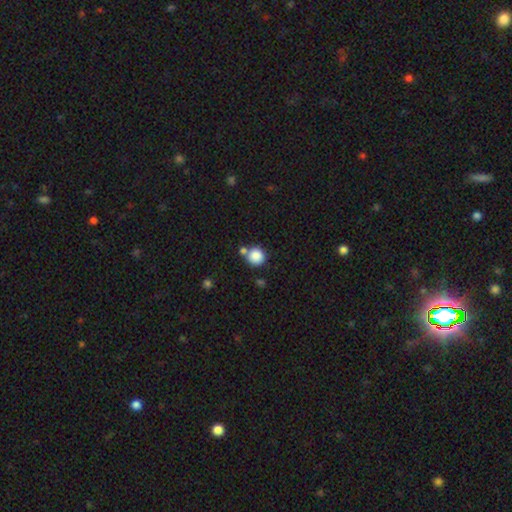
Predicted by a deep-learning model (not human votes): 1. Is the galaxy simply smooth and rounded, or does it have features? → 86% smooth, 10% star or artifact, 5% featured or disk.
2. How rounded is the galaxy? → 92% round, 7% in between, 1% cigar-shaped.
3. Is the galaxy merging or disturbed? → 65% none, 22% merger, 10% minor disturbance, 3% major disturbance.